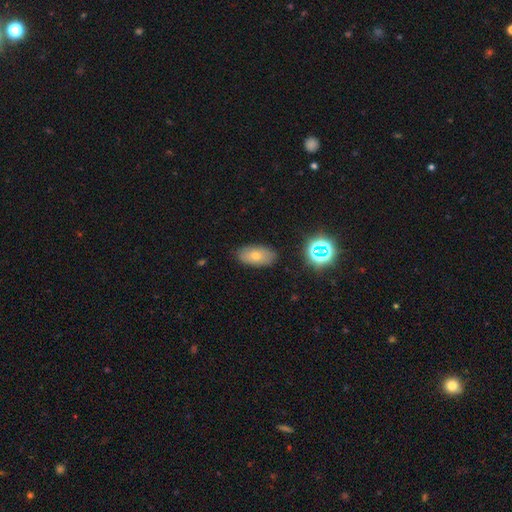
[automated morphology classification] Smooth or featured? smooth (64%)
How rounded? in between (89%)
Merging? none (85%)